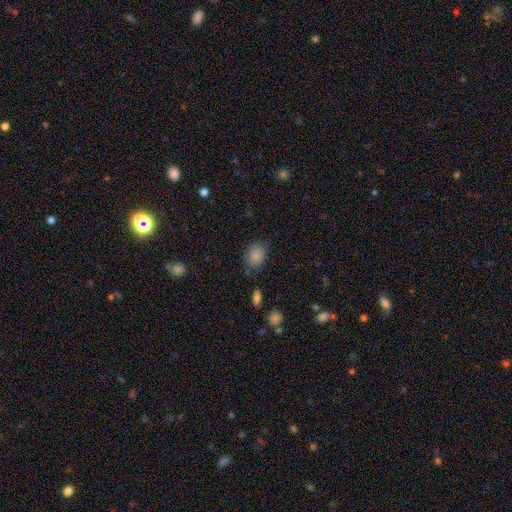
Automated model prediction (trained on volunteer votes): The model was most divided on "how rounded": in between: 64%, round: 35%, cigar-shaped: 1%. More confident: smooth or featured — smooth (86%); merging — none (73%).